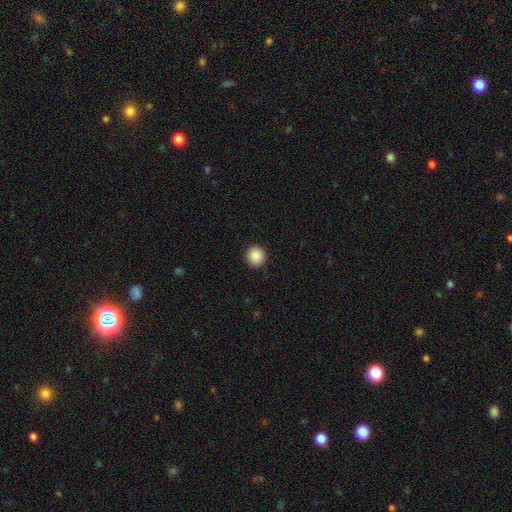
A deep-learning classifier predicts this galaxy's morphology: This is clearly a smooth galaxy (89%). How rounded: clearly round (94%). Merging: clearly none (92%).